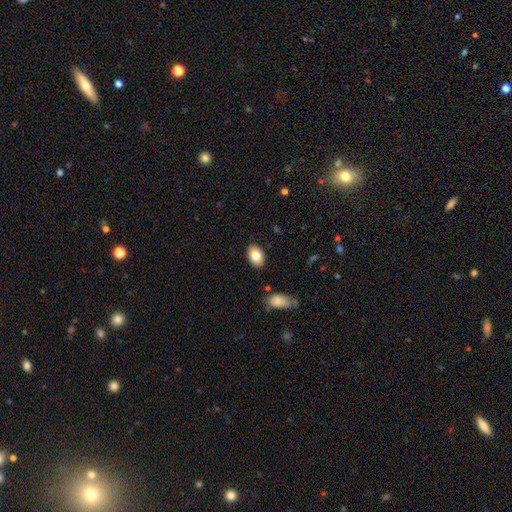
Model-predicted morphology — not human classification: Smooth or featured?
  - smooth: 82% *
  - featured or disk: 11%
  - star or artifact: 7%
How rounded?
  - in between: 85% *
  - round: 14%
  - cigar-shaped: 1%
Merging?
  - none: 87% *
  - minor disturbance: 9%
  - major disturbance: 2%
  - merger: 2%